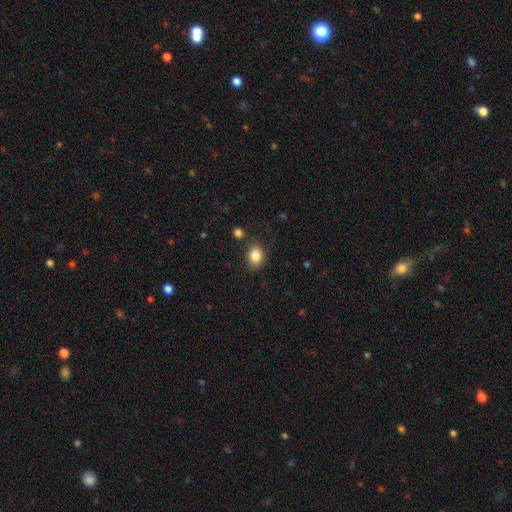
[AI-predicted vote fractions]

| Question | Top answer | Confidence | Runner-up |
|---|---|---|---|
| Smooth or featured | smooth | 85% | star or artifact (9%) |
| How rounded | in between | 55% | round (44%) |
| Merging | none | 80% | minor disturbance (13%) |